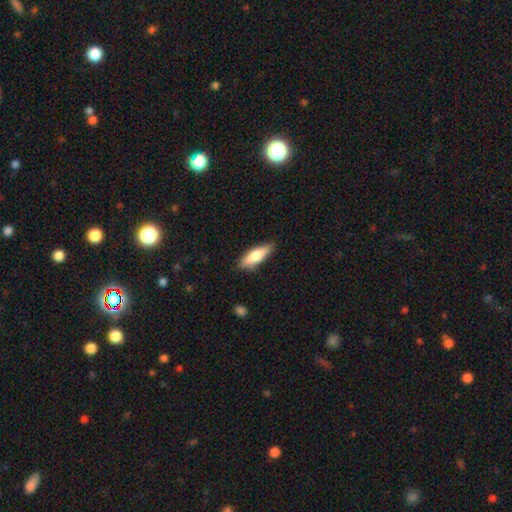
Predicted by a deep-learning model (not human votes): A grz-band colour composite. It shows a smooth galaxy with no disk features (71%) that is cigar-shaped (49%, tied with in between). Merging: none (85%).